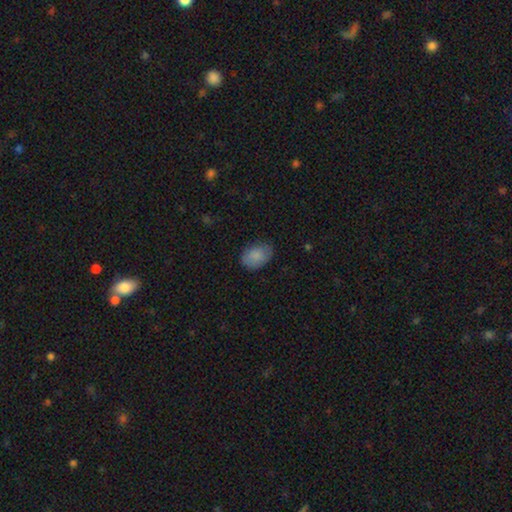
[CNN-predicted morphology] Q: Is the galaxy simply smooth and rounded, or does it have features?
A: smooth — 86%.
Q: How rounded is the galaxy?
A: in between — 83%.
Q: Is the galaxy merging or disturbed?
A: none — 75%.